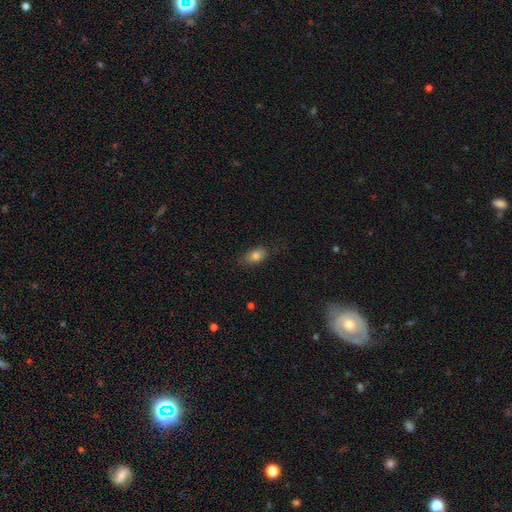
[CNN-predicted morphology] This is clearly a smooth galaxy (81%). How rounded: clearly in between (87%). Merging: likely none (70%).